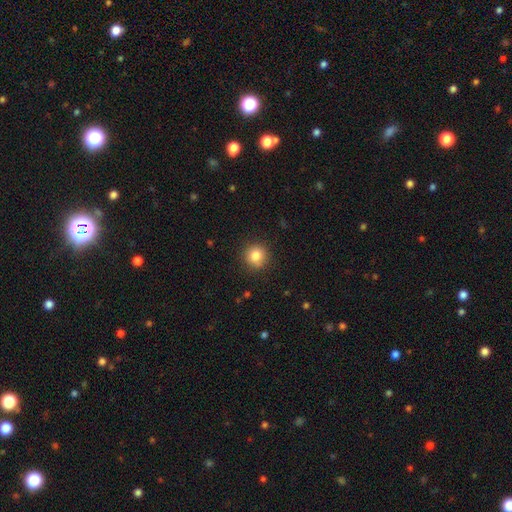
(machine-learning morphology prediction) Q: Smooth or featured?
A: smooth (83%); runner-up: star or artifact (11%)
Q: How rounded?
A: round (93%); runner-up: in between (6%)
Q: Merging?
A: none (88%); runner-up: minor disturbance (8%)